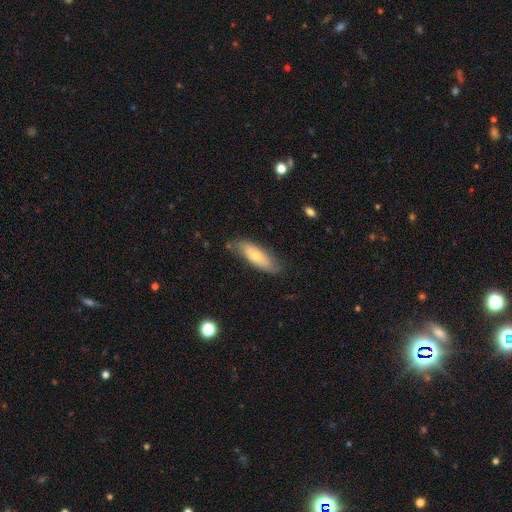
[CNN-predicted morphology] type=smooth (62%); roundness=in between (65%); merging=none (70%).